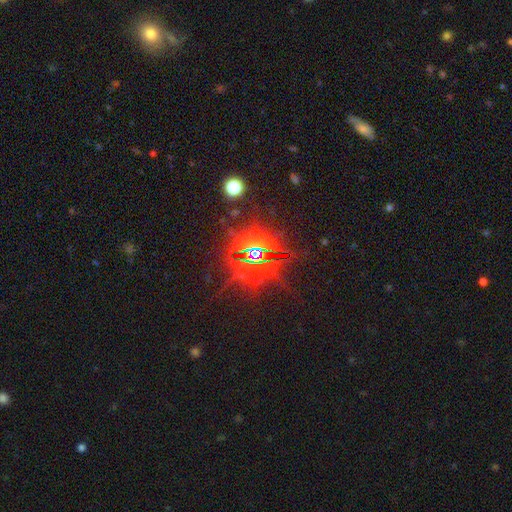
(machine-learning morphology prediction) smooth-or-featured: star or artifact: 85% | smooth: 7% | featured or disk: 7%